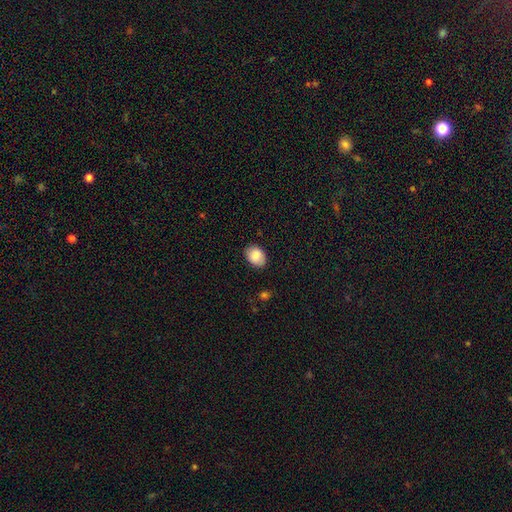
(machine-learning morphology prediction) Overall: smooth (85%). How rounded: in between (72%). Merging: none (85%).